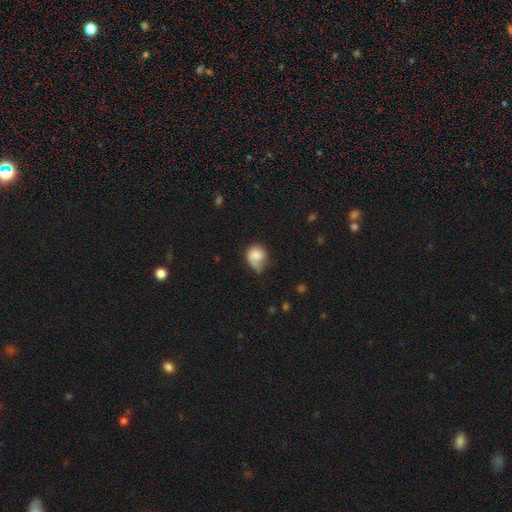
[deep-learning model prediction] Q: Smooth or featured?
A: smooth (73%); runner-up: featured or disk (19%)
Q: How rounded?
A: round (70%); runner-up: in between (29%)
Q: Merging?
A: none (42%); runner-up: minor disturbance (35%)